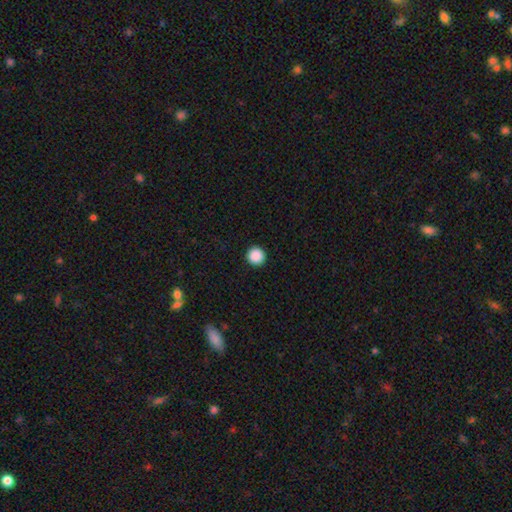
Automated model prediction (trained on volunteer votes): Q: Smooth or featured?
A: smooth (89%); runner-up: star or artifact (9%)
Q: How rounded?
A: round (97%); runner-up: in between (3%)
Q: Merging?
A: none (94%); runner-up: minor disturbance (4%)